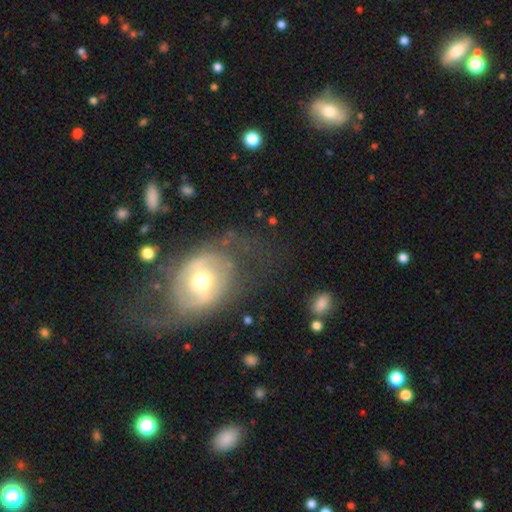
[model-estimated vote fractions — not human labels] Smooth or featured: featured or disk — 75% (smooth — 17%)
Edge-on disk: no — 95% (yes — 5%)
Bar: no — 50% (weak — 35%)
Spiral arms: yes — 79% (no — 21%)
Spiral winding: loose — 41% (medium — 39%)
Spiral arm count: 2 — 83% (can't tell — 9%)
Bulge size: moderate — 66% (small — 21%)
Merging: none — 58% (major disturbance — 22%)